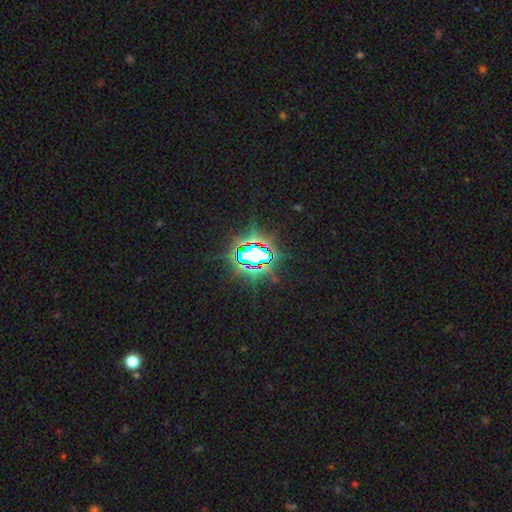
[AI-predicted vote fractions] Smooth or featured: star or artifact — 79% (smooth — 11%)